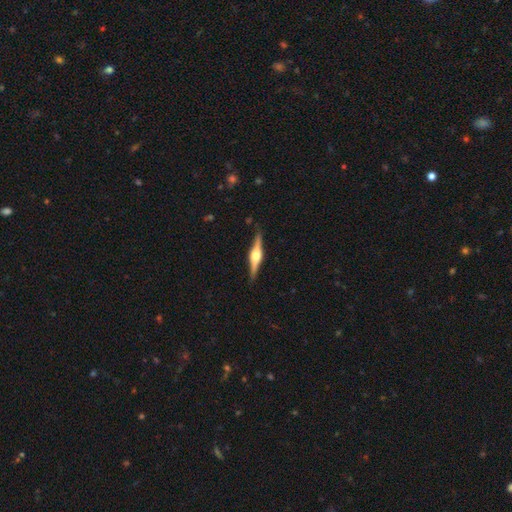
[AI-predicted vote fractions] This is clearly a featured or disk galaxy (82%). It is clearly viewed edge-on (98%). Edge-on bulge: clearly rounded (93%). Merging: clearly none (90%).